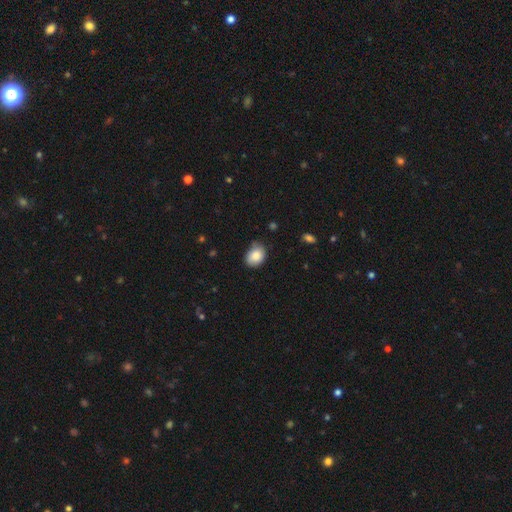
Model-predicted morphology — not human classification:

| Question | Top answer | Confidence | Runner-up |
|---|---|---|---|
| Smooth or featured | smooth | 84% | star or artifact (8%) |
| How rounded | in between | 59% | round (40%) |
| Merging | none | 65% | minor disturbance (28%) |